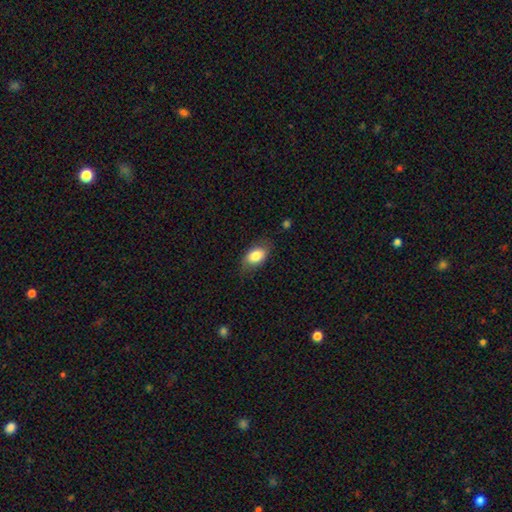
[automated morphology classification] This is clearly a smooth galaxy (82%). How rounded: clearly in between (88%). Merging: likely none (73%).